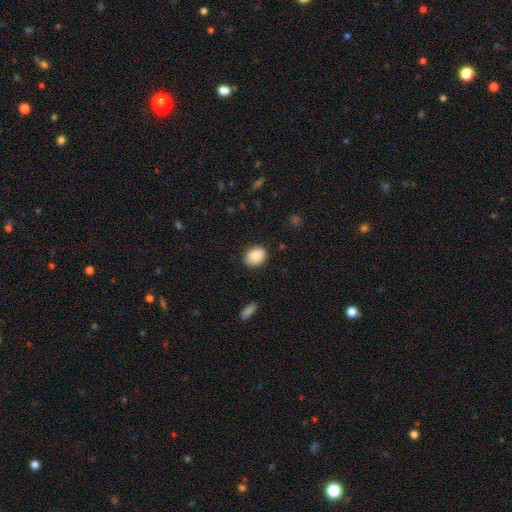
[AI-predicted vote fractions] Q: Smooth or featured?
A: smooth (87%); runner-up: star or artifact (7%)
Q: How rounded?
A: round (51%); runner-up: in between (48%)
Q: Merging?
A: none (85%); runner-up: minor disturbance (11%)